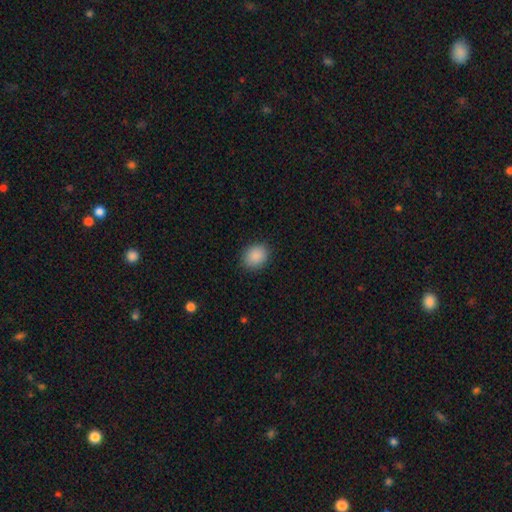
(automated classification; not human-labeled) Smooth or featured?
  - smooth: 89% *
  - star or artifact: 8%
  - featured or disk: 3%
How rounded?
  - round: 60% *
  - in between: 40%
  - cigar-shaped: 1%
Merging?
  - none: 89% *
  - minor disturbance: 8%
  - major disturbance: 2%
  - merger: 1%